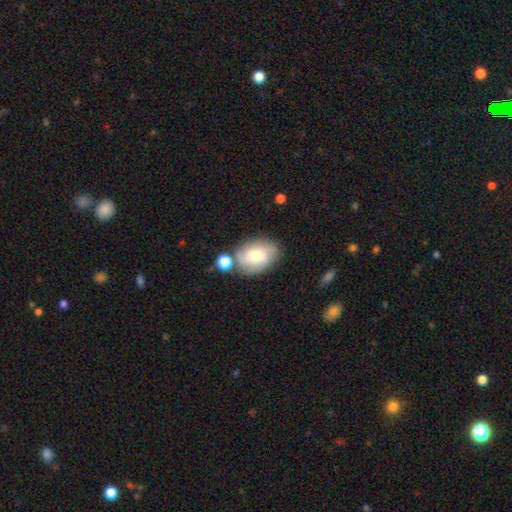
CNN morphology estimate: smooth-or-featured: featured or disk: 57% | smooth: 35% | star or artifact: 8%
  disk-edge-on: no: 96% | yes: 4%
    bar: no: 63% | weak: 32% | strong: 5%
    has-spiral-arms: yes: 88% | no: 12%
    bulge-size: moderate: 51% | small: 34% | large: 11% | none: 3% | dominant: 2%
  merging: none: 61% | minor disturbance: 18% | merger: 14% | major disturbance: 6%